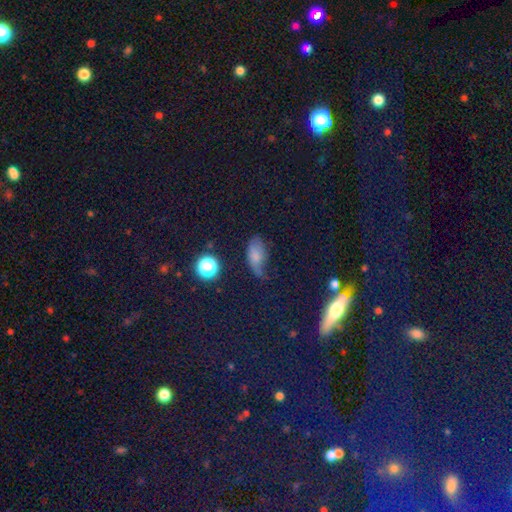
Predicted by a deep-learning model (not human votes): This is likely a smooth galaxy (67%). How rounded: clearly in between (86%). Merging: marginally none (41%).